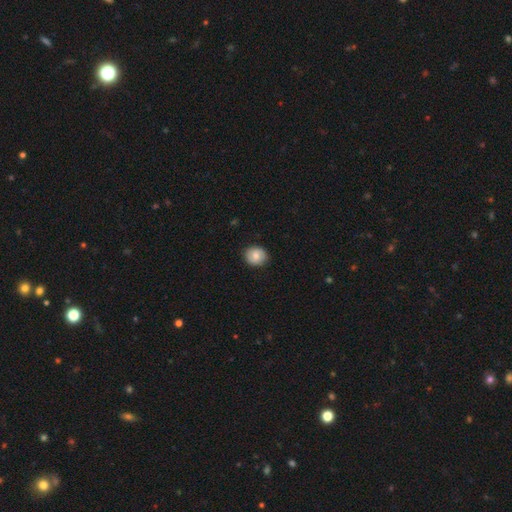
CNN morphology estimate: A smooth galaxy with no disk features (79%) that is round (79%). Merging: none (87%).